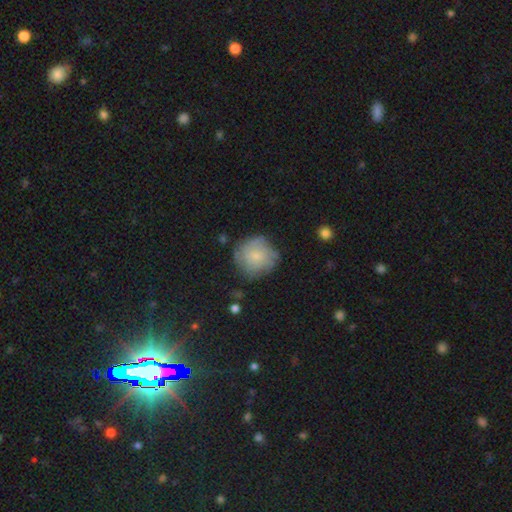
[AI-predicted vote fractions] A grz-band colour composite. It shows a smooth galaxy with no disk features (48%). Merging: none (66%).